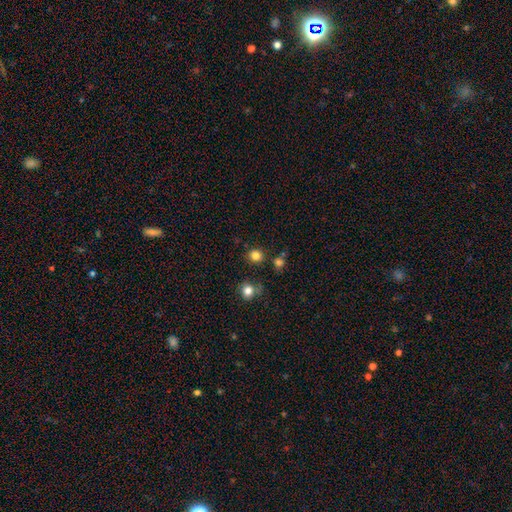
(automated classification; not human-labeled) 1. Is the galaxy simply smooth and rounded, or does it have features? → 82% smooth, 13% star or artifact, 5% featured or disk.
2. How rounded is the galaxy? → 87% round, 12% in between, 1% cigar-shaped.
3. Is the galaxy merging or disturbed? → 83% none, 8% minor disturbance, 6% merger, 3% major disturbance.